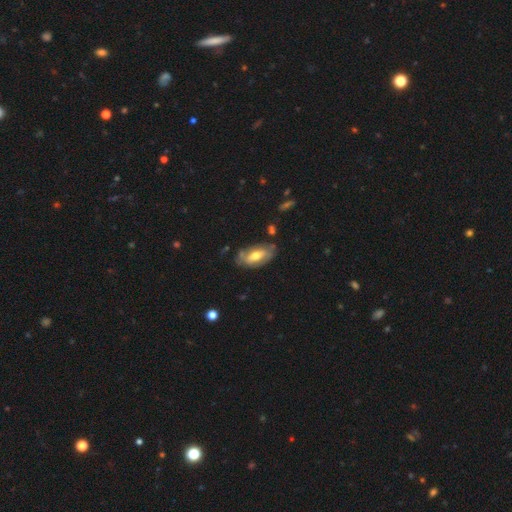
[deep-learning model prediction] A featured or disk galaxy (52%). Merging: none (64%).